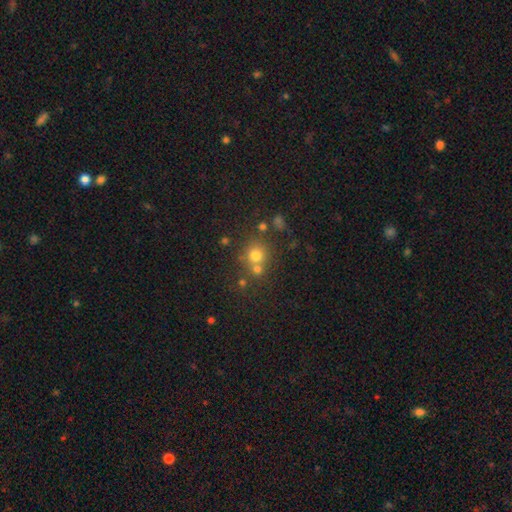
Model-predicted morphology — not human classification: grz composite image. It shows a smooth galaxy with no disk features (70%) that is round (87%). Merging: none (59%).